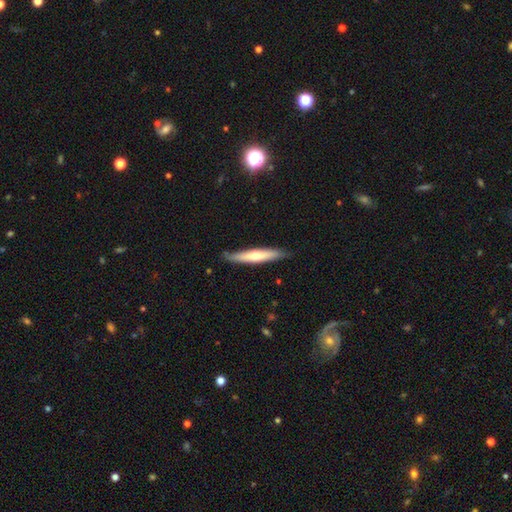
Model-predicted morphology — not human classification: A smooth galaxy with no disk features (53%) that is cigar-shaped (89%). Merging: none (83%).